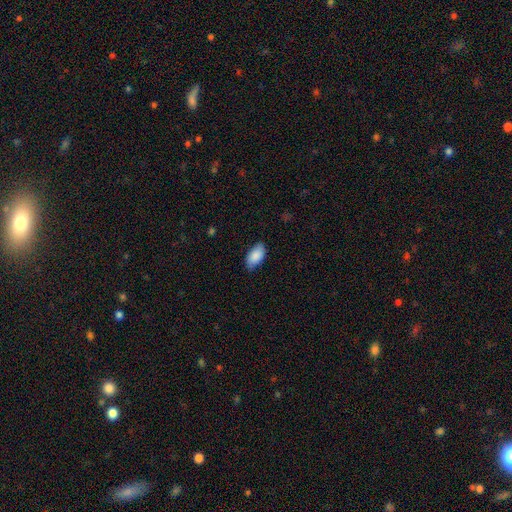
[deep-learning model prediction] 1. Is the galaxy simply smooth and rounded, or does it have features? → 88% smooth, 6% featured or disk, 6% star or artifact.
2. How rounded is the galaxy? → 95% in between, 3% round, 2% cigar-shaped.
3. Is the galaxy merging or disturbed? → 79% none, 17% minor disturbance, 3% major disturbance, 1% merger.